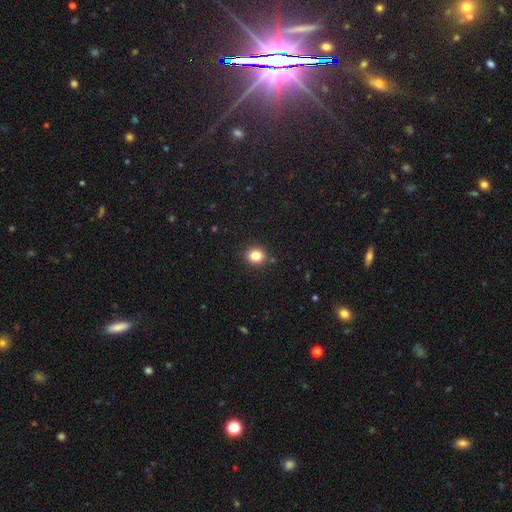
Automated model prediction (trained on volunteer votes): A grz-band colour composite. It shows a smooth galaxy with no disk features (83%) that is round (75%). Merging: none (88%).